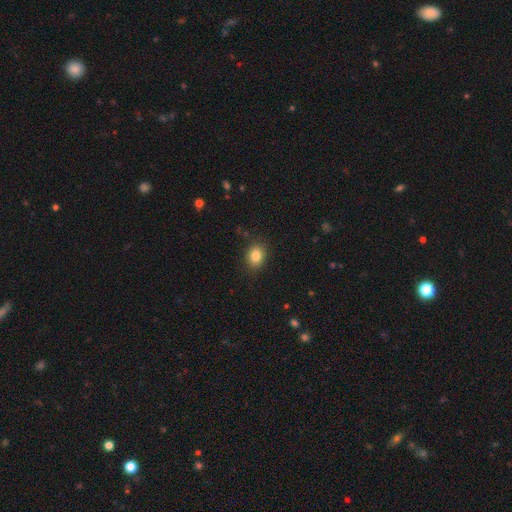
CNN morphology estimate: Smooth or featured? smooth (84%)
How rounded? in between (51%)
Merging? none (87%)